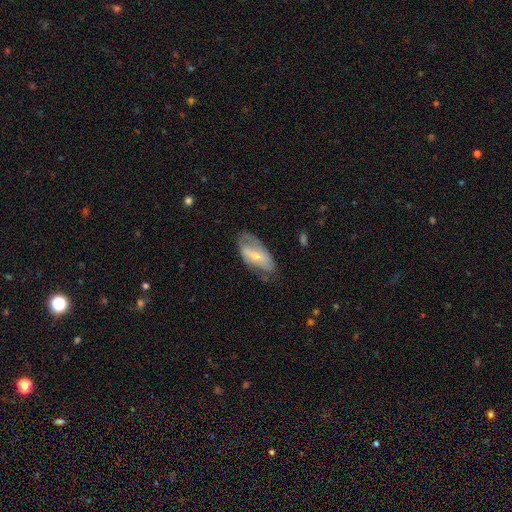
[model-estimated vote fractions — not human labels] The model was most divided on "smooth or featured": featured or disk: 48%, smooth: 45%, star or artifact: 7%. More confident: merging — none (55%).